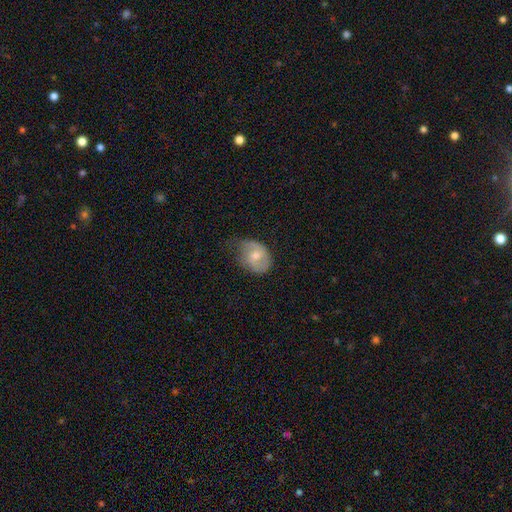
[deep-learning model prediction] Smooth or featured? Predicted: smooth (p=0.52). How rounded? Predicted: in between (p=0.64). Merging? Predicted: none (p=0.43).